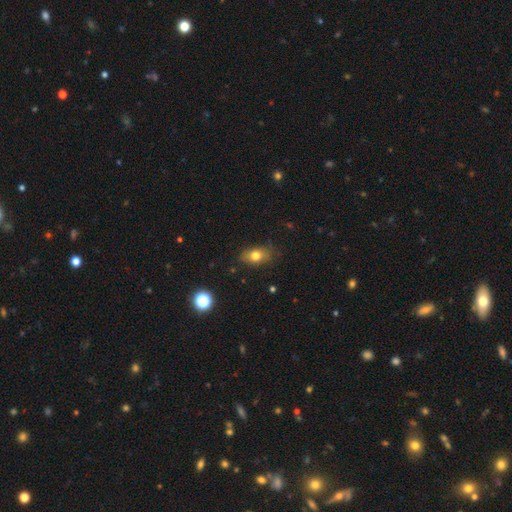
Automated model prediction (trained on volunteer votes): Q: Smooth or featured?
A: smooth (75%); runner-up: featured or disk (14%)
Q: How rounded?
A: in between (79%); runner-up: round (18%)
Q: Merging?
A: none (75%); runner-up: minor disturbance (19%)